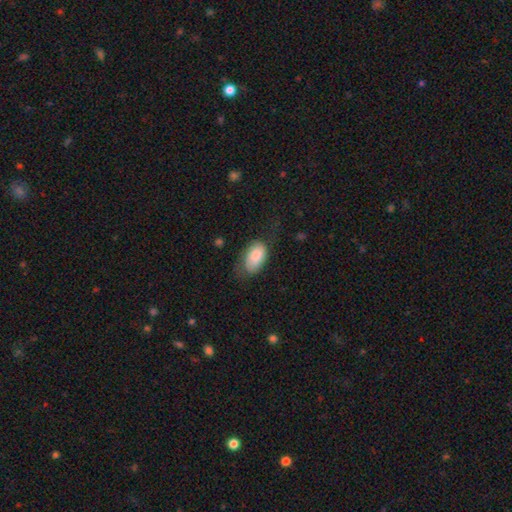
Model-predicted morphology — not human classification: smooth_or_featured: smooth (p=0.82) [alt: featured or disk p=0.12]
how_rounded: in between (p=0.93) [alt: round p=0.05]
merging: none (p=0.51) [alt: minor disturbance p=0.30]